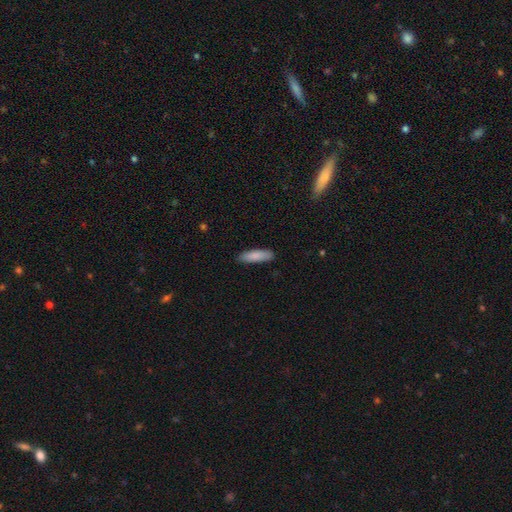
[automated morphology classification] Overall: smooth (87%). How rounded: cigar-shaped (60%; in between 38%). Merging: none (86%).